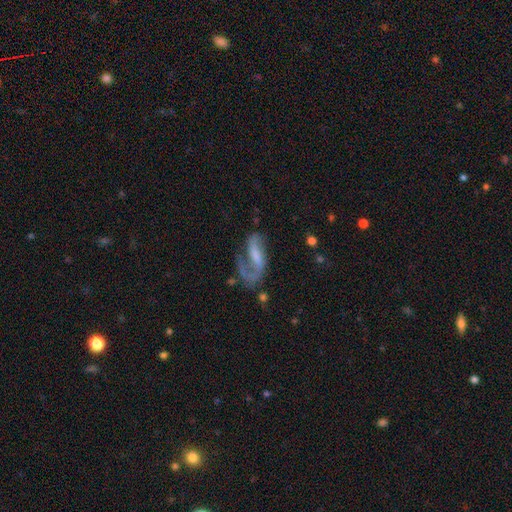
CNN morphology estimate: Smooth or featured?
  - featured or disk: 75% *
  - smooth: 16%
  - star or artifact: 9%
Edge-on disk?
  - no: 94% *
  - yes: 6%
Bar?
  - weak: 40% *
  - no: 34%
  - strong: 26%
Spiral arms?
  - yes: 88% *
  - no: 12%
Spiral winding?
  - loose: 41% *
  - medium: 40%
  - tight: 18%
Spiral arm count?
  - 1: 51% *
  - 2: 40%
  - can't tell: 6%
  - 3: 1%
  - 4: 1%
  - more than 4: 1%
Bulge size?
  - small: 35% *
  - none: 32%
  - moderate: 24%
  - large: 7%
  - dominant: 2%
Merging?
  - none: 44% *
  - major disturbance: 32%
  - minor disturbance: 18%
  - merger: 6%